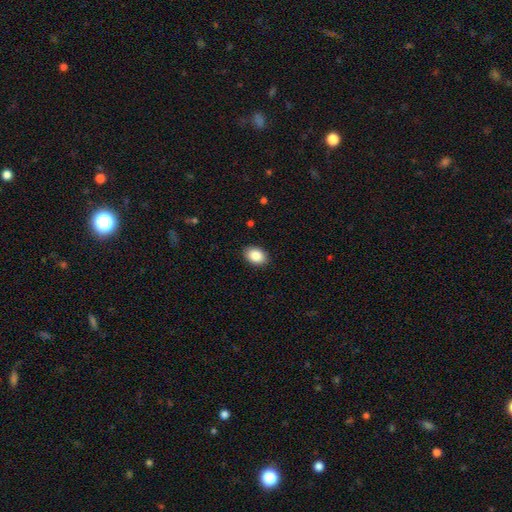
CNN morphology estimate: Smooth or featured?
  - smooth: 87% *
  - star or artifact: 7%
  - featured or disk: 6%
How rounded?
  - in between: 78% *
  - round: 21%
  - cigar-shaped: 1%
Merging?
  - none: 90% *
  - minor disturbance: 7%
  - major disturbance: 2%
  - merger: 1%